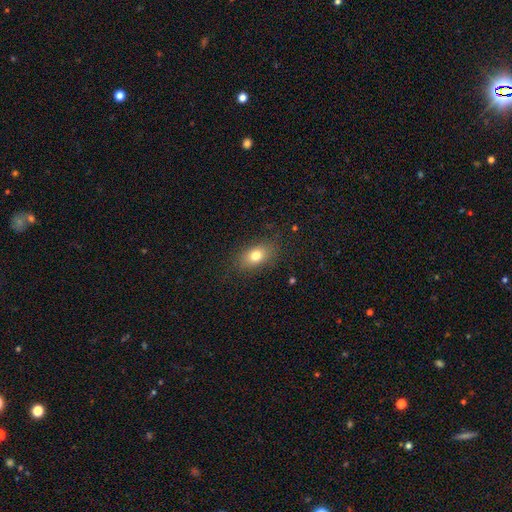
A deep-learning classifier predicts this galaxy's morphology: type=smooth (77%); roundness=in between (81%); merging=none (83%).